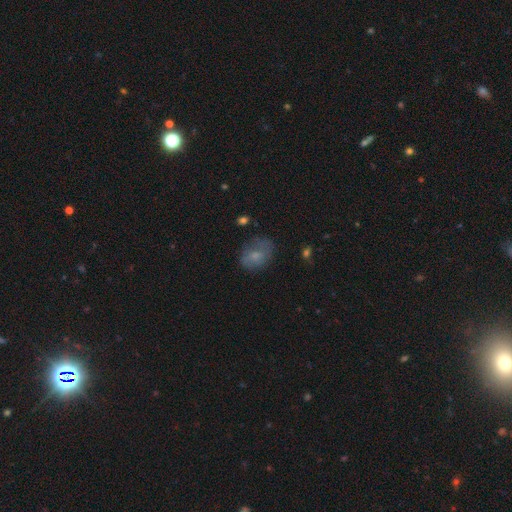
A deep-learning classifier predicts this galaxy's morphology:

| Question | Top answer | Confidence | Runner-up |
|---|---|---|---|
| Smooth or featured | smooth | 63% | featured or disk (27%) |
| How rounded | in between | 68% | round (30%) |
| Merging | none | 56% | minor disturbance (27%) |